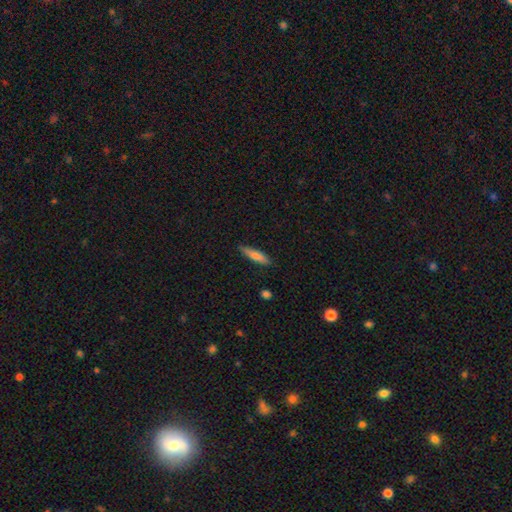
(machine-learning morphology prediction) Smooth or featured? Predicted: smooth (p=0.74). How rounded? Predicted: cigar-shaped (p=0.80). Merging? Predicted: none (p=0.86).